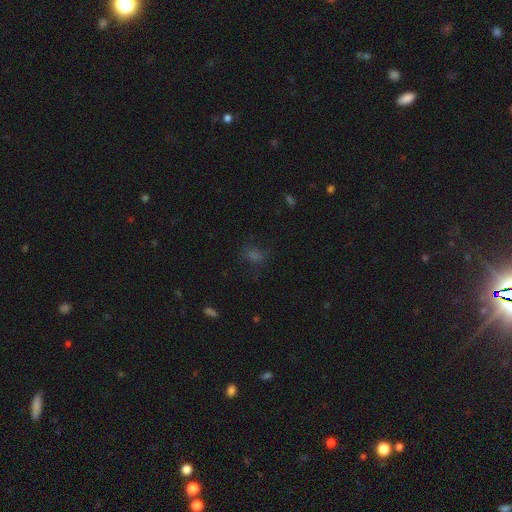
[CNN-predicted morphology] Smooth or featured: smooth — 48% (star or artifact — 38%)
Merging: none — 72% (minor disturbance — 15%)